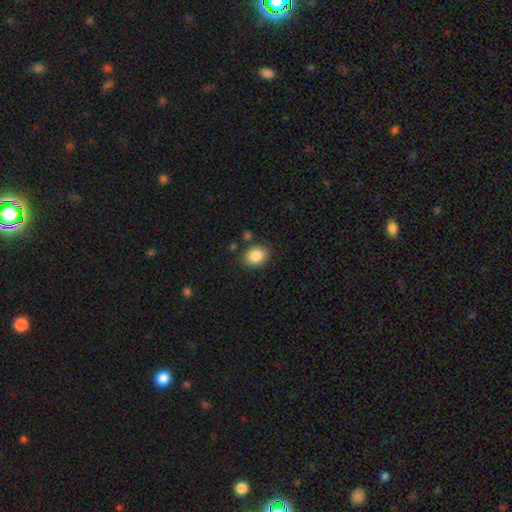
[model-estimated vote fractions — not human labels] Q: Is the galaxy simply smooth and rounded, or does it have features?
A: smooth — 87%.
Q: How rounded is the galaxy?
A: round — 53%.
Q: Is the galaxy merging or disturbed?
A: none — 83%.